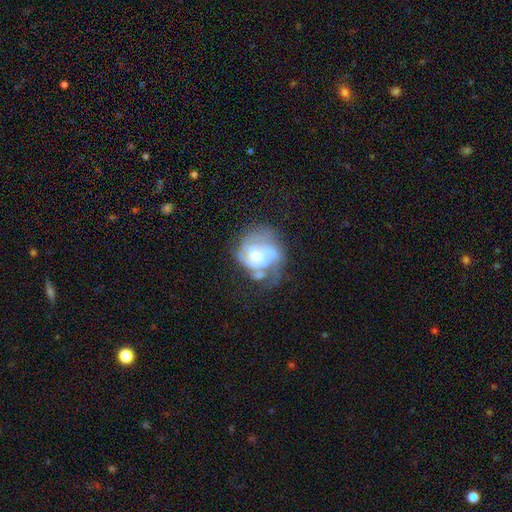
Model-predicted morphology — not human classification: smooth-or-featured: featured or disk: 80% | smooth: 13% | star or artifact: 7%
  disk-edge-on: no: 98% | yes: 2%
    bar: no: 61% | weak: 32% | strong: 7%
    has-spiral-arms: yes: 90% | no: 10%
      spiral-winding: tight: 51% | medium: 38% | loose: 11%
      spiral-arm-count: 3: 32% | can't tell: 27% | 2: 25% | 4: 8% | 1: 5% | more than 4: 4%
    bulge-size: small: 58% | moderate: 30% | none: 8% | large: 3% | dominant: 1%
  merging: none: 38% | major disturbance: 27% | minor disturbance: 24% | merger: 12%